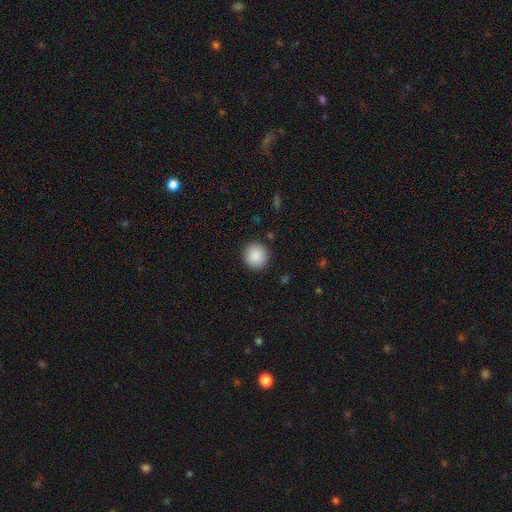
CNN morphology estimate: A smooth galaxy with no disk features (89%) that is round (93%).

Vote fractions:
- Smooth or featured? smooth: 89% / star or artifact: 8% / featured or disk: 3%
- How rounded? round: 93% / in between: 6% / cigar-shaped: 1%
- Merging? none: 91% / minor disturbance: 6% / major disturbance: 2% / merger: 1%